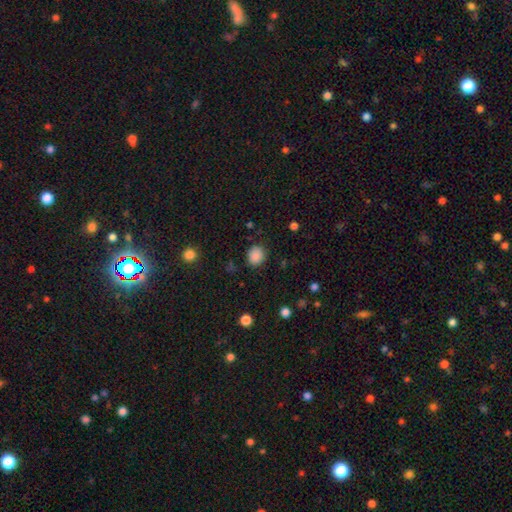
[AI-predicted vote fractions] A smooth galaxy with no disk features (86%) that is round (74%).

Vote fractions:
- Smooth or featured? smooth: 86% / star or artifact: 10% / featured or disk: 3%
- How rounded? round: 74% / in between: 26% / cigar-shaped: 1%
- Merging? none: 84% / minor disturbance: 11% / major disturbance: 3% / merger: 2%